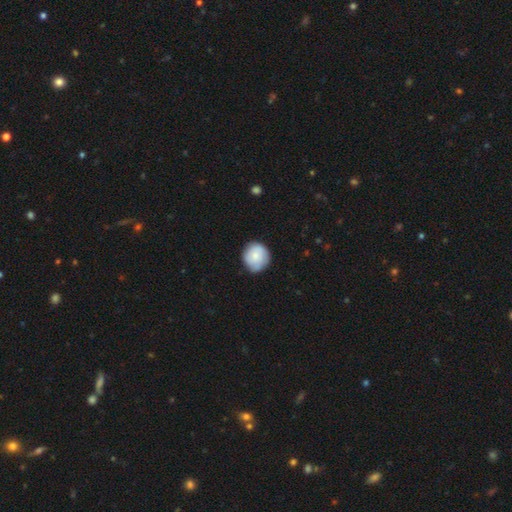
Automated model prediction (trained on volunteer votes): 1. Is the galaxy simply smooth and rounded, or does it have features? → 79% smooth, 14% featured or disk, 6% star or artifact.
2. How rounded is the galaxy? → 89% round, 10% in between, 1% cigar-shaped.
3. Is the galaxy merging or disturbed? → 78% none, 18% minor disturbance, 3% major disturbance, 1% merger.